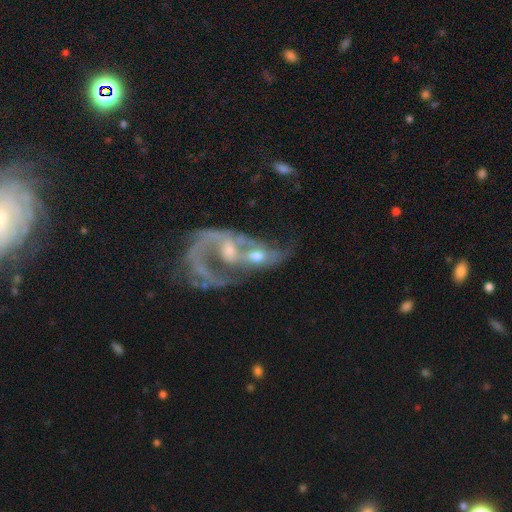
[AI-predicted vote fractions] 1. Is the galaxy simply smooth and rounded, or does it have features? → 77% featured or disk, 14% smooth, 9% star or artifact.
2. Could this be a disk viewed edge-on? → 96% no, 4% yes.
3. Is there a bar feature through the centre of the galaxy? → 68% no, 24% weak, 8% strong.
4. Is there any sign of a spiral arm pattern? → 64% yes, 36% no.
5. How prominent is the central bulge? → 43% moderate, 39% small, 12% none, 4% large, 2% dominant.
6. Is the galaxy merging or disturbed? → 68% merger, 17% major disturbance, 9% none, 6% minor disturbance.